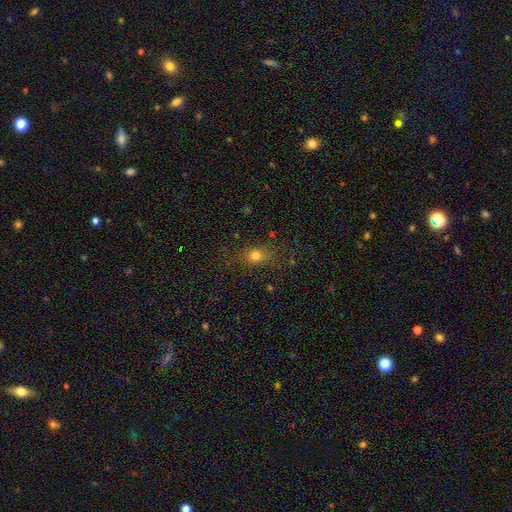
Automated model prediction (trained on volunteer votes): Smooth or featured: smooth — 76% (star or artifact — 15%)
How rounded: in between — 49% (round — 48%)
Merging: none — 78% (minor disturbance — 14%)